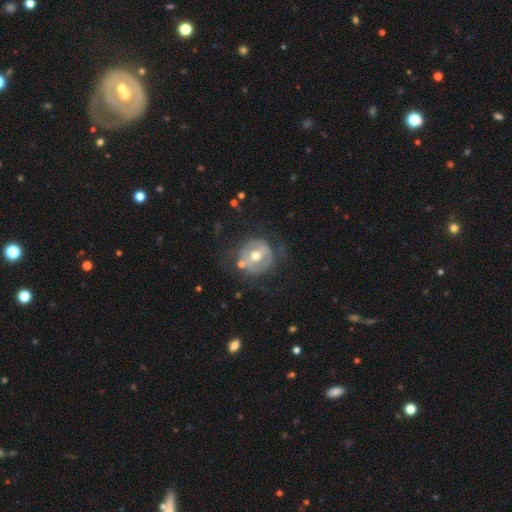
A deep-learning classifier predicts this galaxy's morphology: This appears to be a featured or disk galaxy (62%) with a weak bar (36%), no spiral arms (68%) and a moderate central bulge (77%). Merging: none (64%).